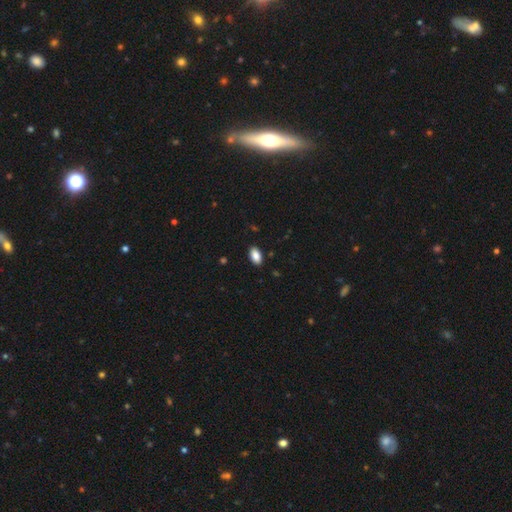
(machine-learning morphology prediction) A smooth galaxy with no disk features (88%) that is in between round and cigar-shaped (94%).

Vote fractions:
- Smooth or featured? smooth: 88% / star or artifact: 7% / featured or disk: 5%
- How rounded? in between: 94% / round: 4% / cigar-shaped: 3%
- Merging? none: 89% / minor disturbance: 8% / major disturbance: 2% / merger: 1%